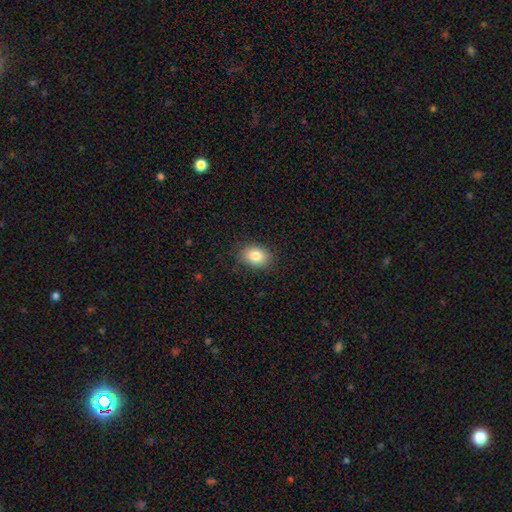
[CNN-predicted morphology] Smooth or featured?
  - smooth: 83% *
  - star or artifact: 9%
  - featured or disk: 8%
How rounded?
  - in between: 68% *
  - round: 31%
  - cigar-shaped: 1%
Merging?
  - none: 86% *
  - minor disturbance: 11%
  - major disturbance: 3%
  - merger: 1%